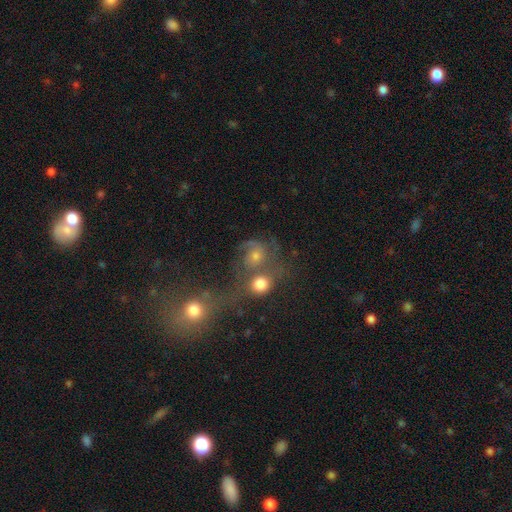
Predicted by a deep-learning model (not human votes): Smooth or featured?
  - featured or disk: 47% *
  - smooth: 35%
  - star or artifact: 18%
Merging?
  - none: 38% *
  - merger: 37%
  - major disturbance: 12%
  - minor disturbance: 12%